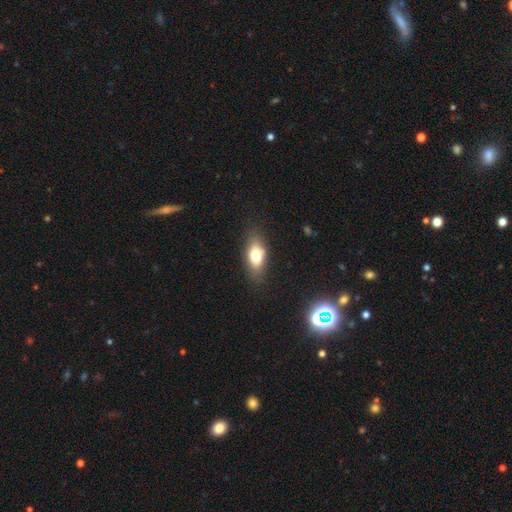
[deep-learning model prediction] This appears to be a smooth galaxy with no disk features (71%) that is in between round and cigar-shaped (80%). Merging: none (81%).